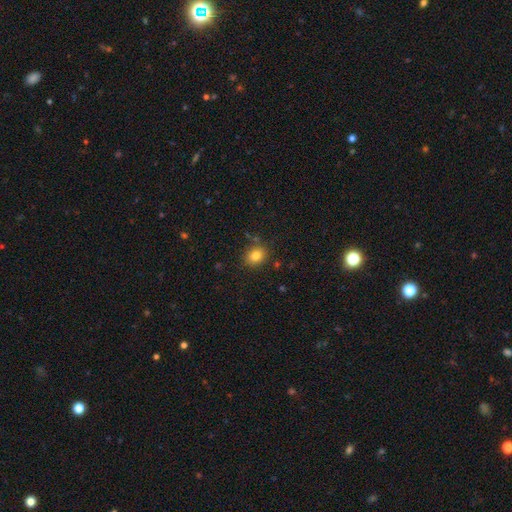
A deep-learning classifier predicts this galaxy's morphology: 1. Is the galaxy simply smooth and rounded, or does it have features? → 82% smooth, 11% star or artifact, 7% featured or disk.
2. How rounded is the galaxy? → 57% round, 42% in between, 1% cigar-shaped.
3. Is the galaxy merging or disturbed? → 84% none, 11% minor disturbance, 3% merger, 3% major disturbance.